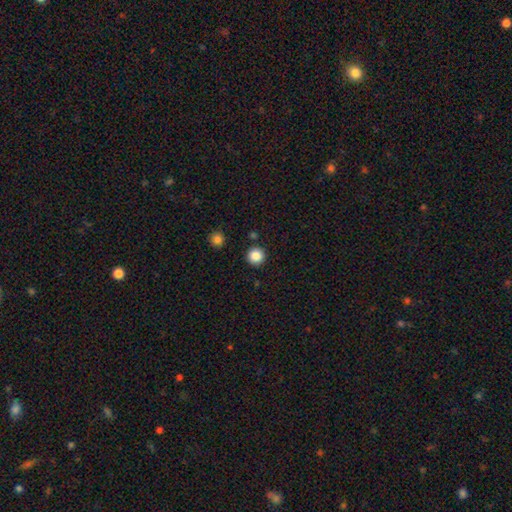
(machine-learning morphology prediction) Smooth or featured? smooth (86%)
How rounded? round (95%)
Merging? none (91%)